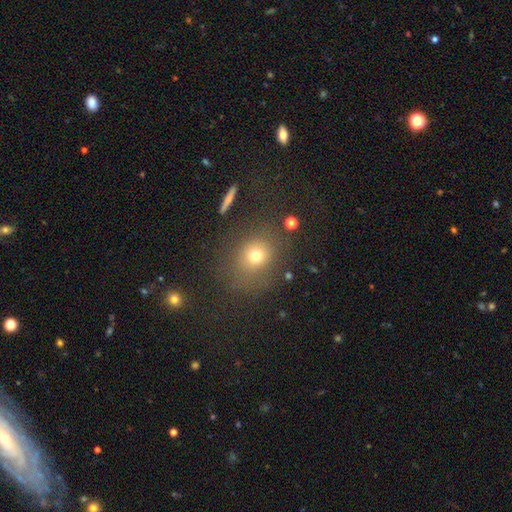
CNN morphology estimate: smooth 72%, star or artifact 17%, featured or disk 11%. Down the decision tree: how rounded — round (69%); merging — none (75%).